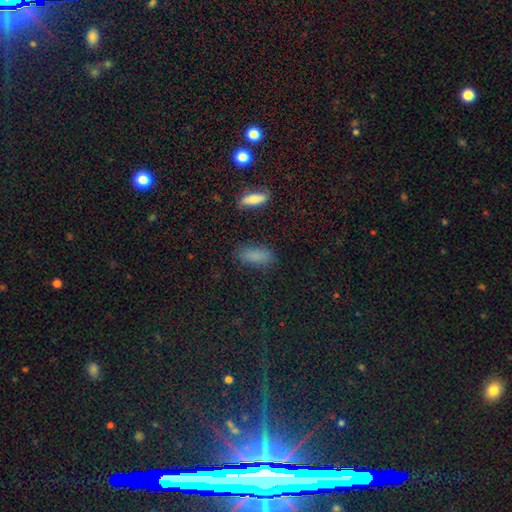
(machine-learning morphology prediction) A smooth galaxy with no disk features (82%) that is in between round and cigar-shaped (80%). Merging: none (81%).